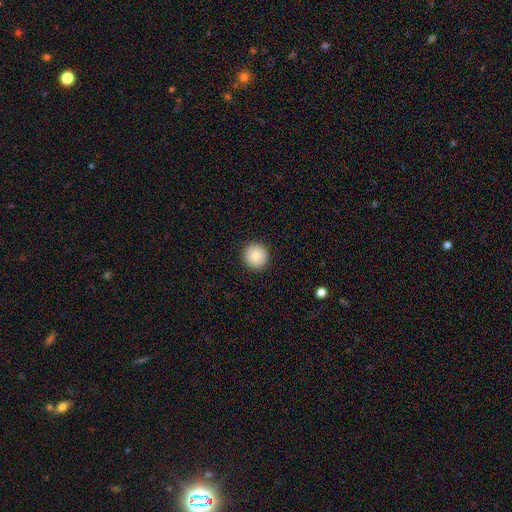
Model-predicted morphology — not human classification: This is clearly a smooth galaxy (83%). How rounded: clearly round (96%). Merging: clearly none (93%).